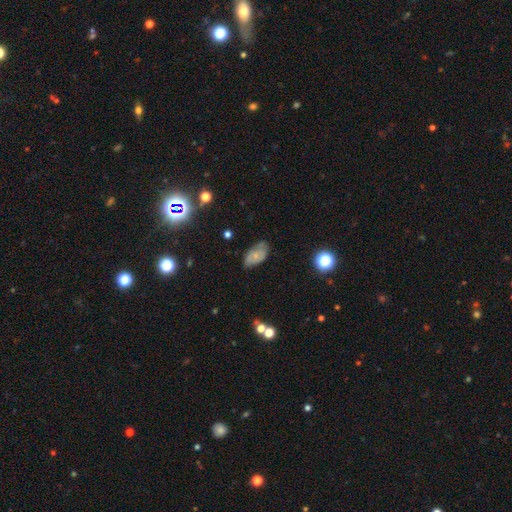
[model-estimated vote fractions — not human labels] The model was most divided on "smooth or featured": smooth: 55%, featured or disk: 35%, star or artifact: 11%. More confident: how rounded — in between (92%); merging — none (60%).